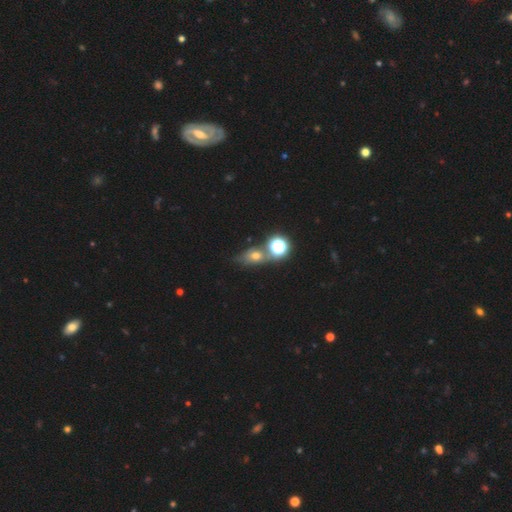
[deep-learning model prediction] smooth_or_featured: smooth (p=0.52) [alt: star or artifact p=0.31]
how_rounded: in between (p=0.52) [alt: round p=0.44]
merging: none (p=0.52) [alt: merger p=0.21]